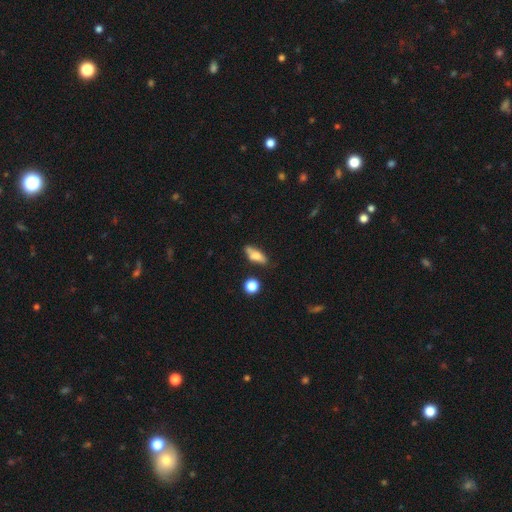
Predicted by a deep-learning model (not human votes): A smooth galaxy with no disk features (66%) that is in between round and cigar-shaped (65%). Merging: none (67%).